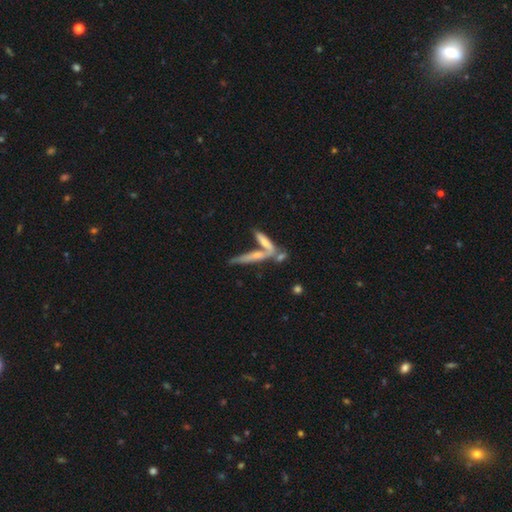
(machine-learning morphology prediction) Smooth or featured: smooth — 53% (featured or disk — 38%)
How rounded: cigar-shaped — 80% (in between — 18%)
Merging: merger — 47% (none — 36%)